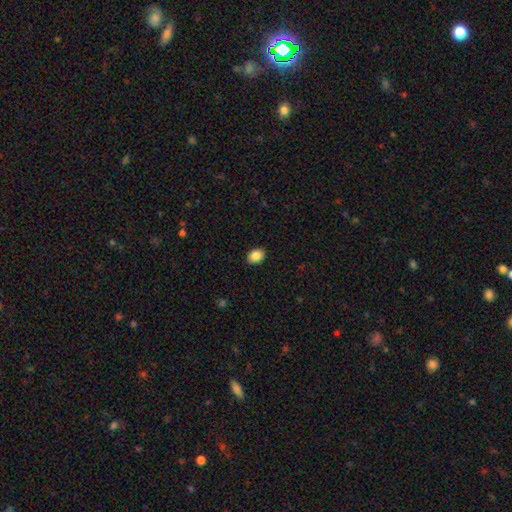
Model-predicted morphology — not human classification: A smooth galaxy with no disk features (88%) that is in between round and cigar-shaped (67%). Merging: none (90%).